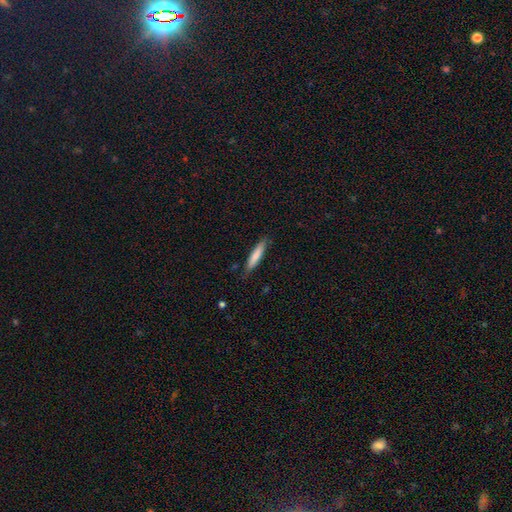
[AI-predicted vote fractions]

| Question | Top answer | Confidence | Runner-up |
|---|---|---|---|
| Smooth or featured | smooth | 76% | featured or disk (18%) |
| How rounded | cigar-shaped | 88% | in between (11%) |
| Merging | none | 83% | minor disturbance (14%) |